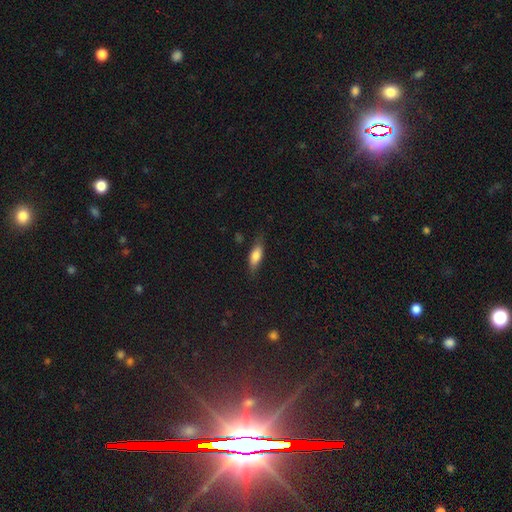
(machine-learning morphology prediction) smooth_or_featured: smooth (p=0.72) [alt: featured or disk p=0.20]
how_rounded: in between (p=0.64) [alt: cigar-shaped p=0.33]
merging: none (p=0.74) [alt: minor disturbance p=0.20]